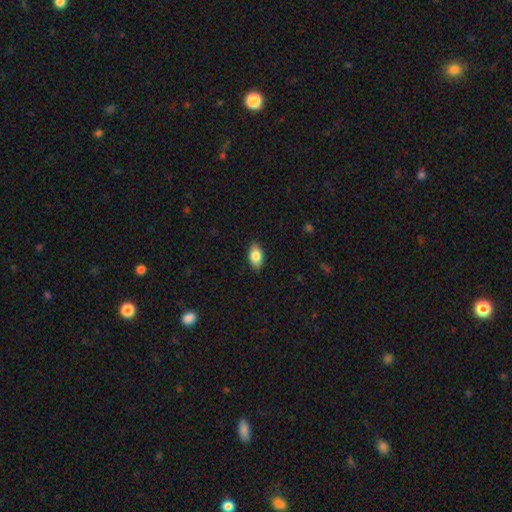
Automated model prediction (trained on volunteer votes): smooth-or-featured: smooth: 84% | featured or disk: 9% | star or artifact: 7%
  how-rounded: in between: 92% | round: 6% | cigar-shaped: 2%
  merging: none: 88% | minor disturbance: 9% | major disturbance: 2% | merger: 1%